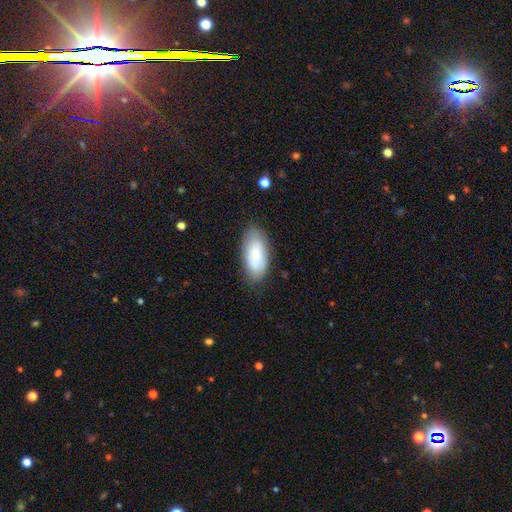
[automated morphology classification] Smooth or featured? smooth (73%)
How rounded? in between (91%)
Merging? none (78%)